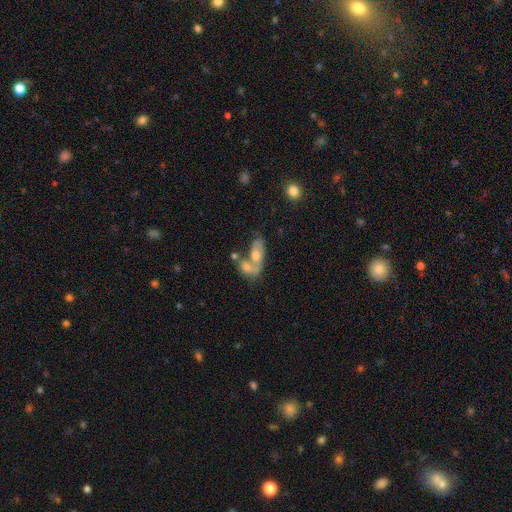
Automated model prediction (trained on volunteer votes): Overall: smooth (48%; featured or disk 42%). Merging: merger (61%).